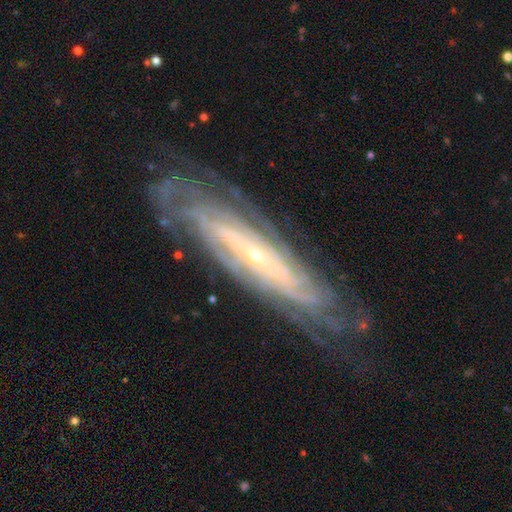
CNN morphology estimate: Overall: featured or disk (84%). Edge-on disk: no (70%). Bar: no (60%; weak 25%). Spiral arms: yes (93%). Spiral arm count: can't tell (51%; more than 4 15%). Spiral winding: tight (75%). Bulge size: small (83%). Merging: none (77%).